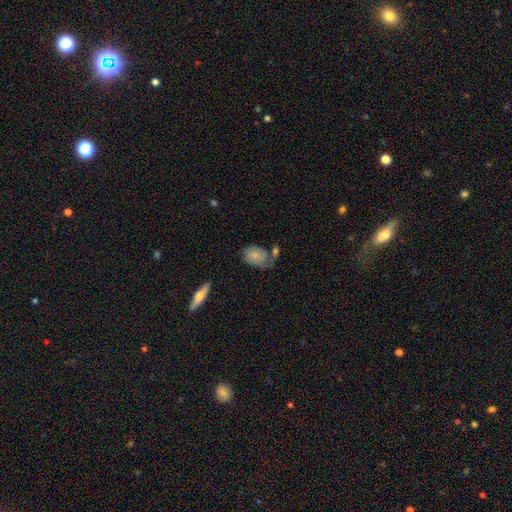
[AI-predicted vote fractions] The model was most divided on "merging": none: 40%, minor disturbance: 28%, merger: 16%, major disturbance: 16%. More confident: how rounded — in between (81%); smooth or featured — smooth (66%).